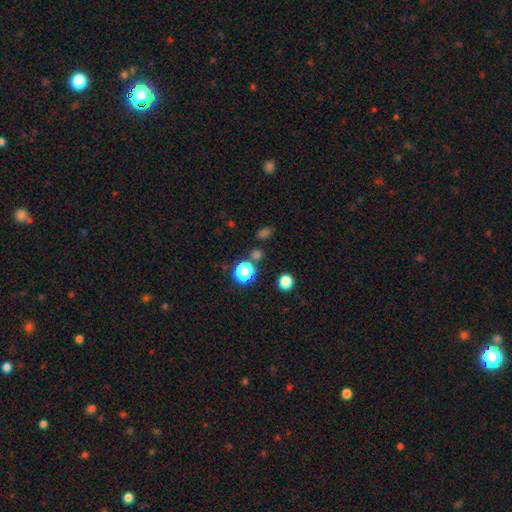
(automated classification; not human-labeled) Smooth or featured? Predicted: star or artifact (p=0.47).